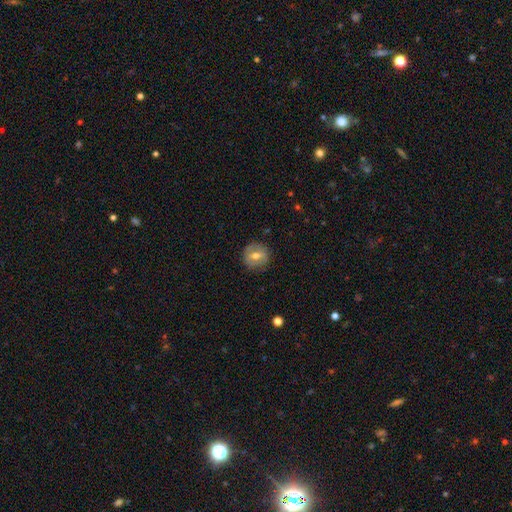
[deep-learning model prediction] Smooth or featured? smooth (52%)
How rounded? round (87%)
Merging? none (85%)